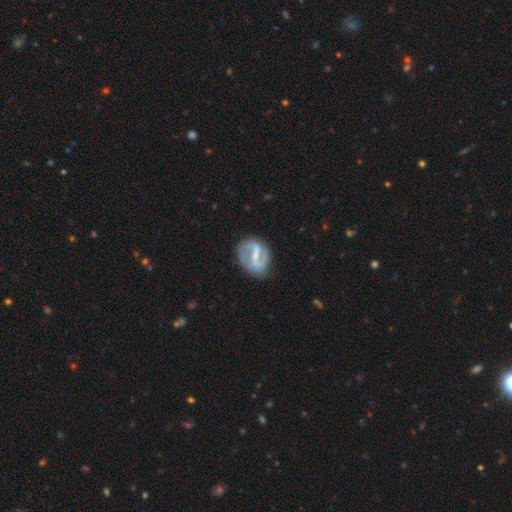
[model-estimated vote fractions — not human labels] Overall: featured or disk (83%). Edge-on disk: no (97%). Bar: strong (46%; weak 43%). Spiral arms: yes (89%). Spiral arm count: 2 (86%). Spiral winding: medium (45%; loose 37%). Bulge size: small (52%; moderate 30%). Merging: none (76%).